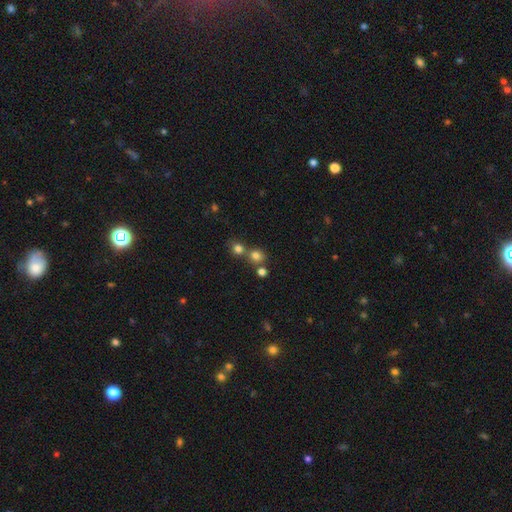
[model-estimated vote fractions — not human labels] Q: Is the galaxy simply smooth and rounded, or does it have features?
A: smooth — 75%.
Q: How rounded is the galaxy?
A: round — 84%.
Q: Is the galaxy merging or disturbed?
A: none — 54%.